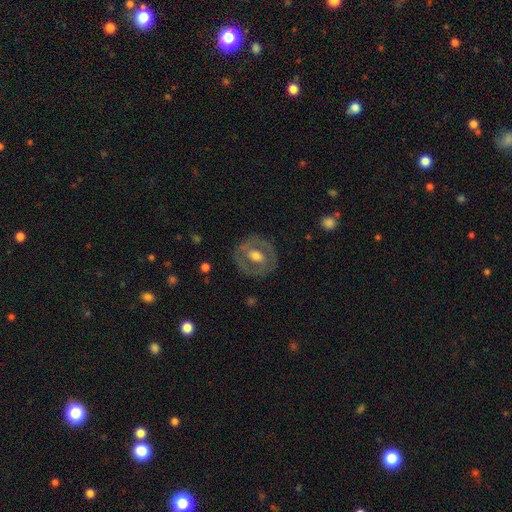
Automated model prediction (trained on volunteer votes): The model was most divided on "bar": no: 52%, weak: 33%, strong: 15%. More confident: edge-on disk — no (95%); merging — none (82%); spiral arms — no (69%); bulge size — moderate (63%); smooth or featured — featured or disk (61%).